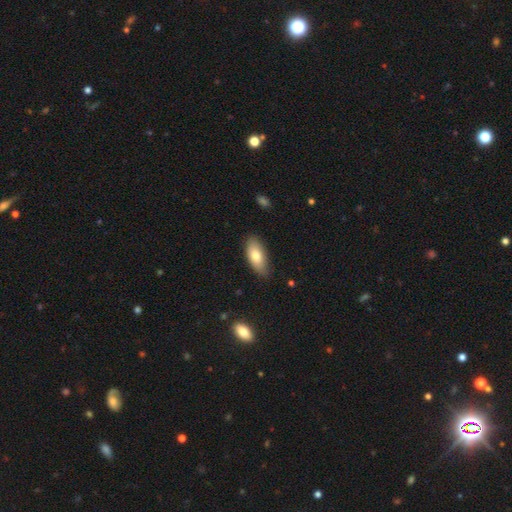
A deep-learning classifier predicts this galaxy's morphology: smooth-or-featured: smooth: 76% | featured or disk: 18% | star or artifact: 7%
  how-rounded: in between: 86% | cigar-shaped: 11% | round: 3%
  merging: none: 80% | minor disturbance: 16% | major disturbance: 3% | merger: 1%